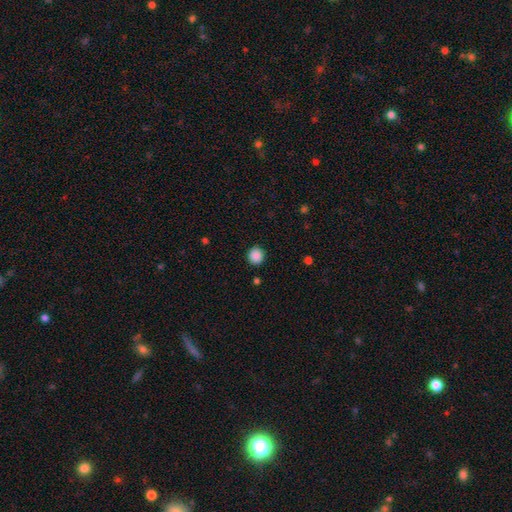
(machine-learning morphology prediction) Smooth or featured: smooth — 88% (star or artifact — 9%)
How rounded: round — 90% (in between — 9%)
Merging: none — 90% (minor disturbance — 6%)